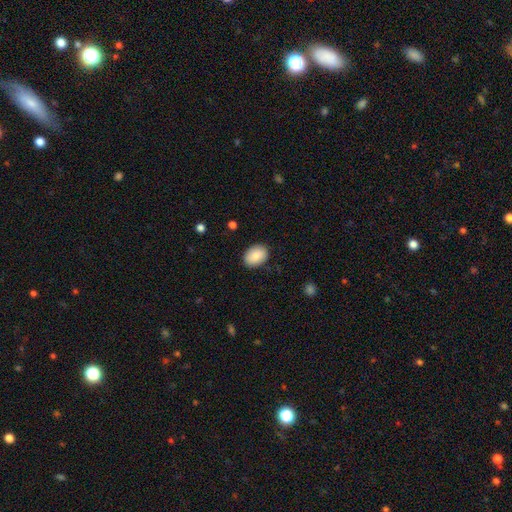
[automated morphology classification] Smooth or featured?
  - smooth: 87% *
  - star or artifact: 7%
  - featured or disk: 6%
How rounded?
  - in between: 77% *
  - round: 22%
  - cigar-shaped: 1%
Merging?
  - none: 87% *
  - minor disturbance: 10%
  - major disturbance: 2%
  - merger: 1%